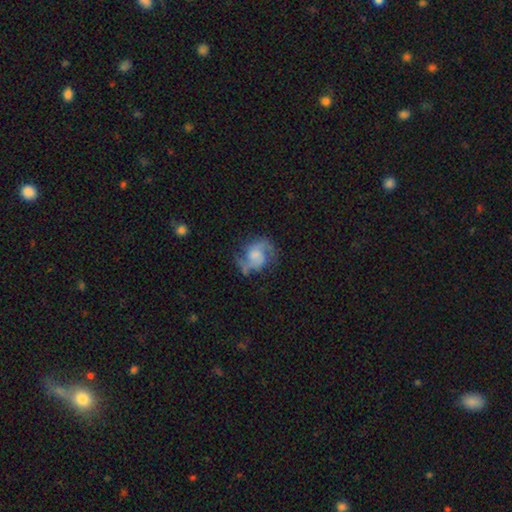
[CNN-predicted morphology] type=featured or disk (80%); edge-on=no (98%); bar=no (56%); spiral arms=yes (95%); winding=medium (49%); arm count=2 (91%); bulge=small (30%); merging=none (66%).